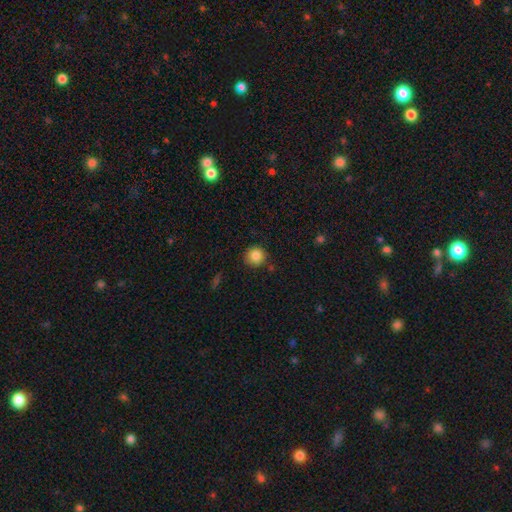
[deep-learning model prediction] The model was most divided on "smooth or featured": smooth: 85%, star or artifact: 10%, featured or disk: 5%. More confident: how rounded — round (93%); merging — none (86%).